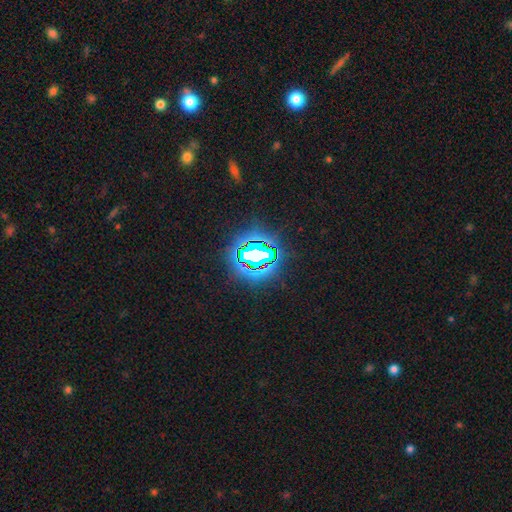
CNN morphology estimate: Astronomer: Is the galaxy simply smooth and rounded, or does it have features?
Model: star or artifact — 75%.